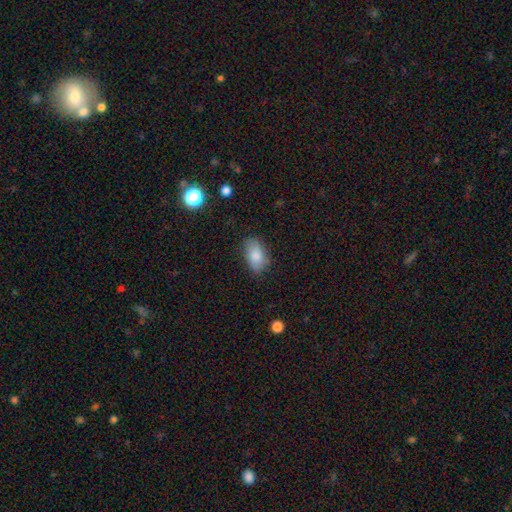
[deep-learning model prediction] A smooth galaxy with no disk features (85%) that is in between round and cigar-shaped (91%). Merging: none (78%).